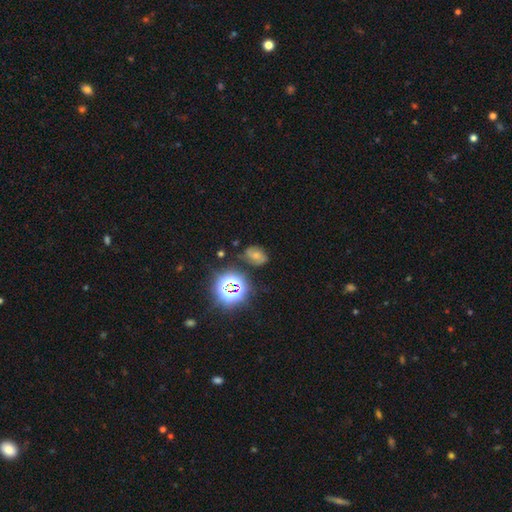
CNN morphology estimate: A smooth galaxy with no disk features (38%).

Vote fractions:
- Smooth or featured? smooth: 38% / featured or disk: 36% / star or artifact: 26%
- Merging? none: 67% / minor disturbance: 21% / major disturbance: 8% / merger: 3%